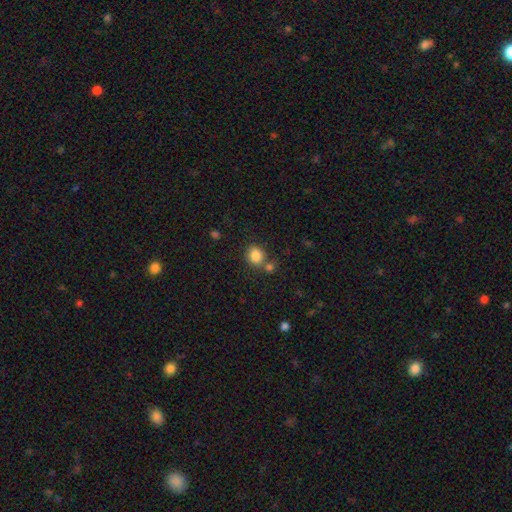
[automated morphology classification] Q: Smooth or featured?
A: smooth (84%); runner-up: star or artifact (10%)
Q: How rounded?
A: round (76%); runner-up: in between (23%)
Q: Merging?
A: none (65%); runner-up: merger (21%)